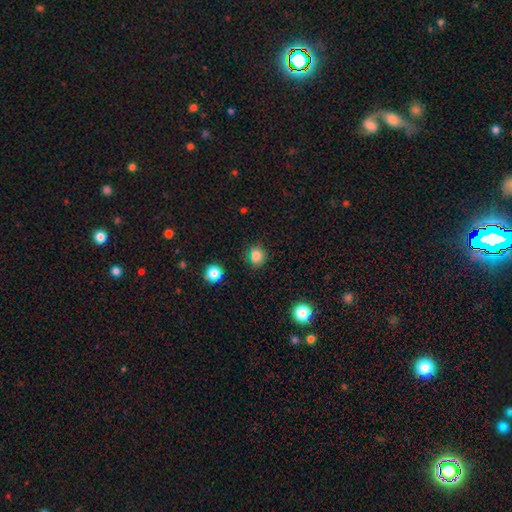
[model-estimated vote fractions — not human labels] smooth_or_featured: smooth (p=0.80) [alt: star or artifact p=0.16]
how_rounded: round (p=0.85) [alt: in between p=0.14]
merging: none (p=0.82) [alt: minor disturbance p=0.11]